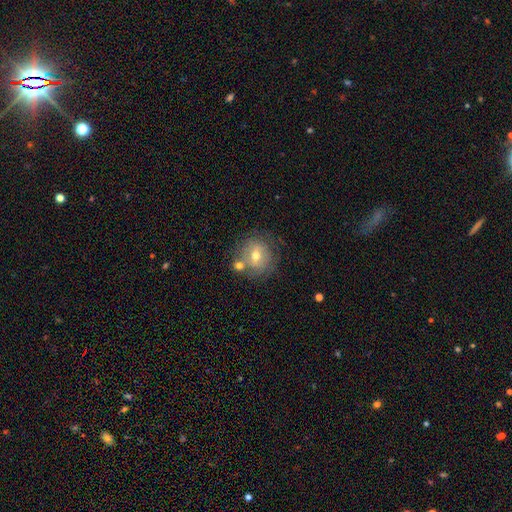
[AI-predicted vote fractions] Q: Smooth or featured?
A: smooth (46%); runner-up: featured or disk (44%)
Q: Merging?
A: none (62%); runner-up: minor disturbance (16%)